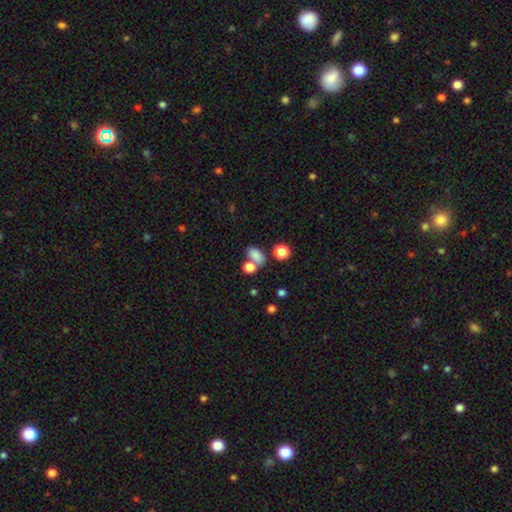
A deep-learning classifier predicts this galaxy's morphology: Smooth or featured? smooth (80%)
How rounded? in between (79%)
Merging? none (47%)